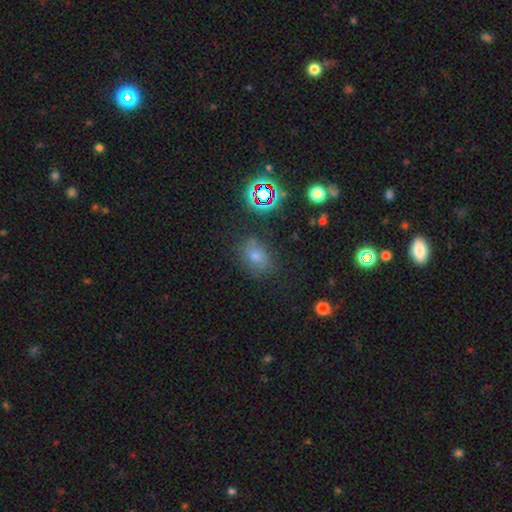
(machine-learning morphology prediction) A smooth galaxy with no disk features (59%) that is in between round and cigar-shaped (66%). Merging: none (76%).